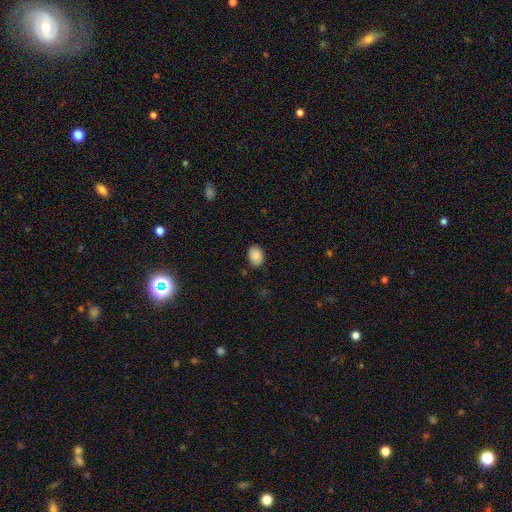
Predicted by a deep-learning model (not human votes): A smooth galaxy with no disk features (89%) that is in between round and cigar-shaped (76%). Merging: none (84%).